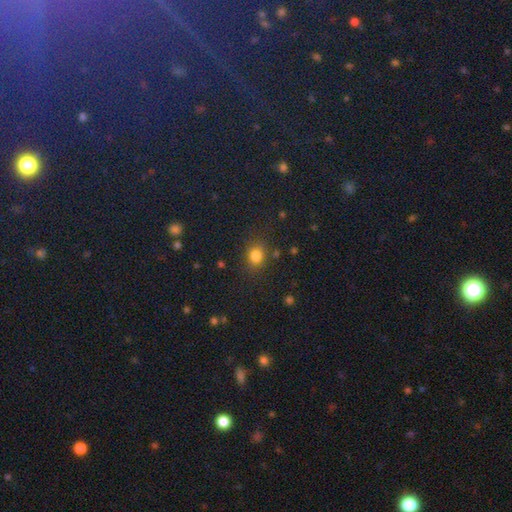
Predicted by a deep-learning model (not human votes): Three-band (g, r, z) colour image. It shows a smooth galaxy with no disk features (81%) that is round (63%). Merging: none (78%).